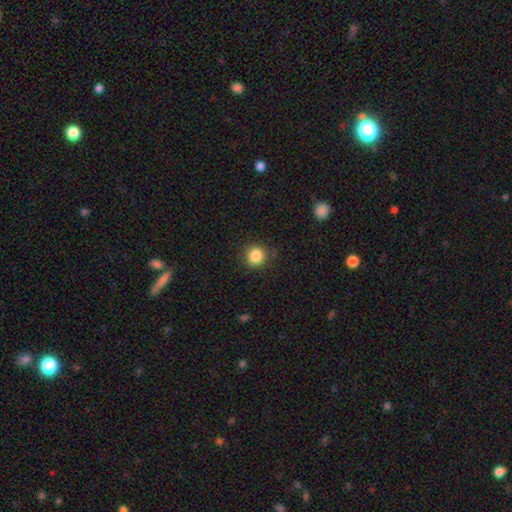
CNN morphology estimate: smooth 86%, star or artifact 10%, featured or disk 4%. Down the decision tree: how rounded — round (91%); merging — none (88%).